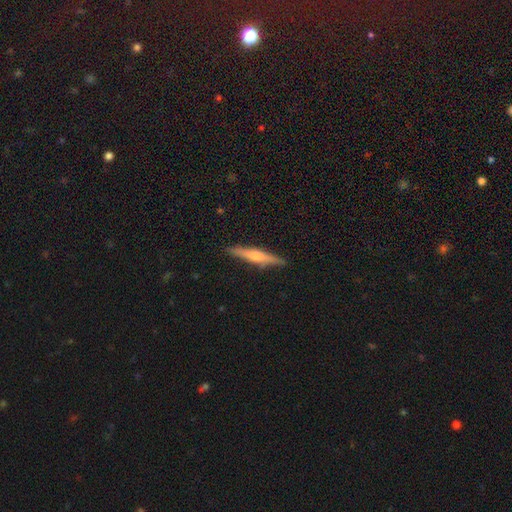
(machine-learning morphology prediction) A featured or disk galaxy (50%) viewed edge-on (97%). Merging: none (89%).